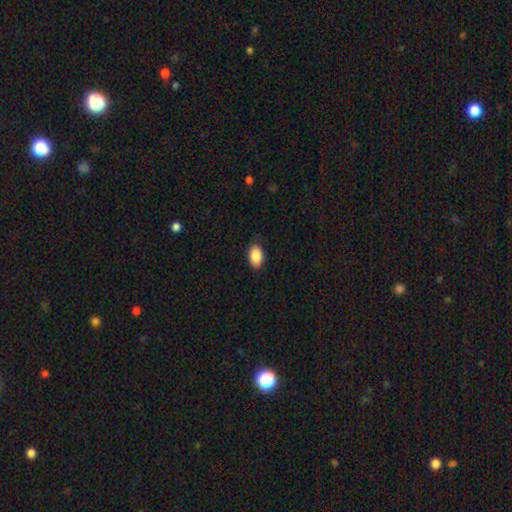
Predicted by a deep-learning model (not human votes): This appears to be a smooth galaxy with no disk features (87%) that is in between round and cigar-shaped (92%). Merging: none (80%).